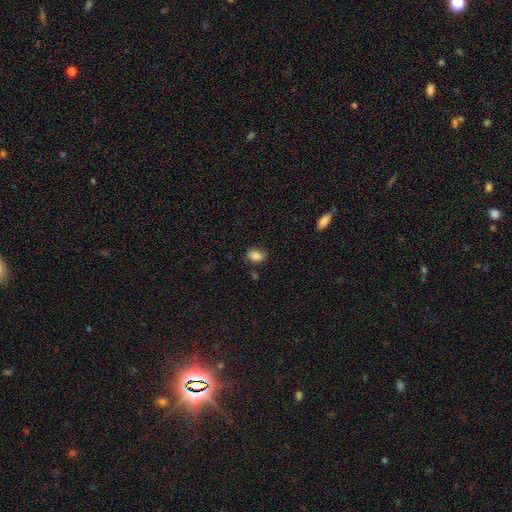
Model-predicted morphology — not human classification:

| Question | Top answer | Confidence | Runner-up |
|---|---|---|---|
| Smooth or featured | smooth | 84% | star or artifact (9%) |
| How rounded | in between | 80% | round (18%) |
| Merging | none | 73% | minor disturbance (19%) |